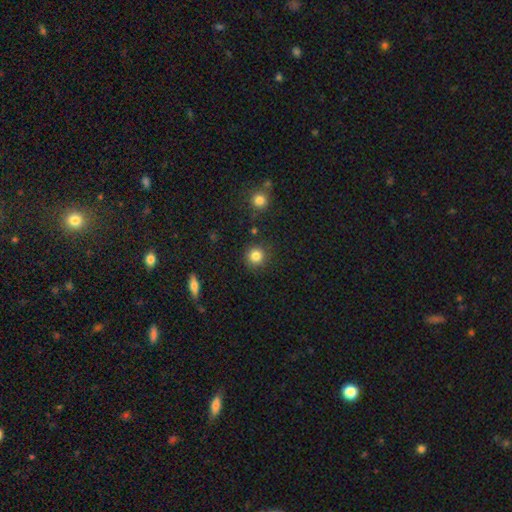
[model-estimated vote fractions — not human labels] Smooth or featured: smooth — 84% (star or artifact — 11%)
How rounded: round — 93% (in between — 6%)
Merging: none — 88% (minor disturbance — 7%)